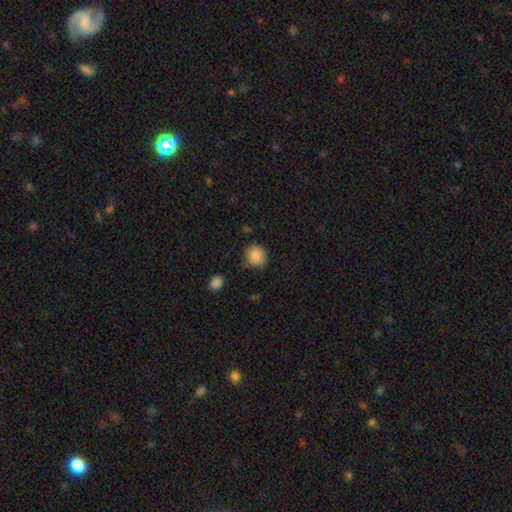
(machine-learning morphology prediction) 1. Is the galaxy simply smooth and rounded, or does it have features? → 87% smooth, 9% star or artifact, 4% featured or disk.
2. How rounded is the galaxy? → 89% round, 10% in between, 1% cigar-shaped.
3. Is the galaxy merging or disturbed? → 82% none, 13% minor disturbance, 3% major disturbance, 2% merger.